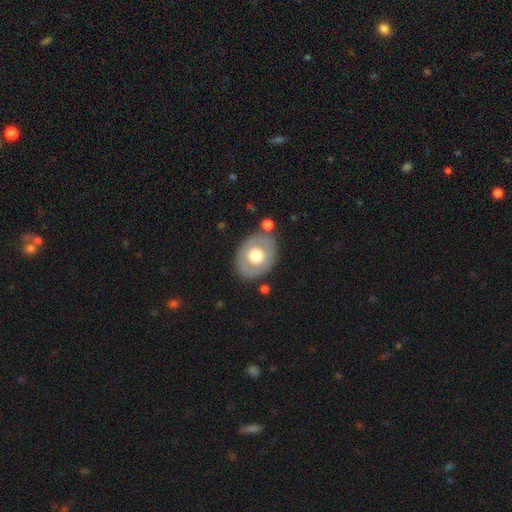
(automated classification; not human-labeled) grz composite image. It shows a smooth galaxy with no disk features (48%). Merging: none (79%).